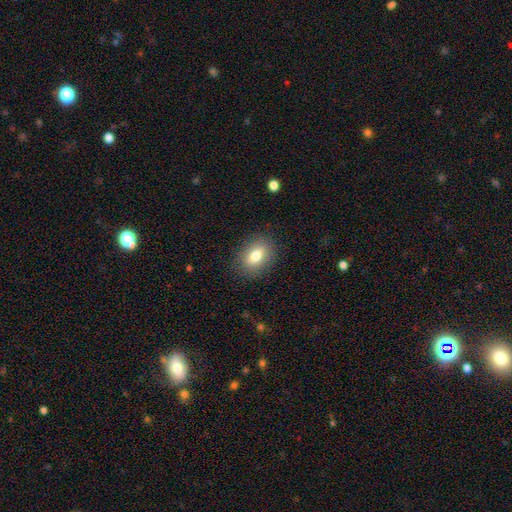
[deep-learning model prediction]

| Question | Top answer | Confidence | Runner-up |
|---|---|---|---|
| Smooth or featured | smooth | 77% | featured or disk (15%) |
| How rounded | in between | 79% | round (19%) |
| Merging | none | 86% | minor disturbance (10%) |